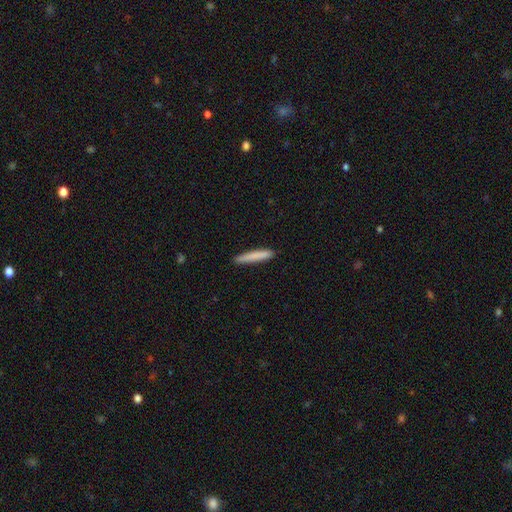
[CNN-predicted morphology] A smooth galaxy with no disk features (81%) that is cigar-shaped (95%). Merging: none (90%).